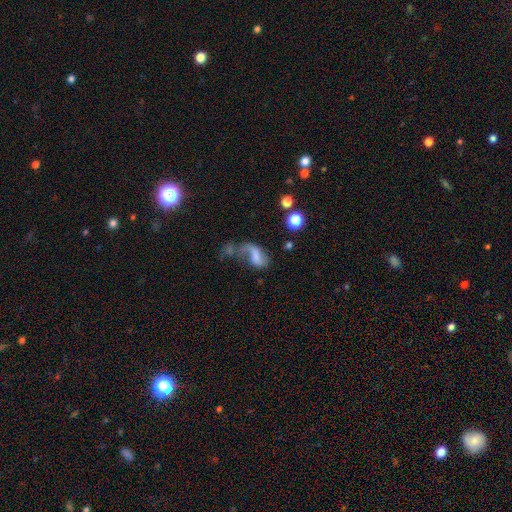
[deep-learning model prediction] Q: Smooth or featured?
A: featured or disk (49%); runner-up: smooth (39%)
Q: Merging?
A: major disturbance (34%); runner-up: merger (29%)